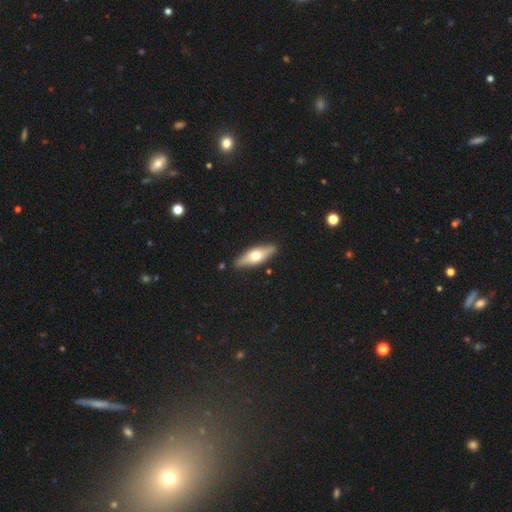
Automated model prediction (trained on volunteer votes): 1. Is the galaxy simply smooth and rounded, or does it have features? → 47% smooth (tied), 47% featured or disk (tied), 5% star or artifact.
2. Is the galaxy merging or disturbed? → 88% none, 9% minor disturbance, 2% major disturbance, 1% merger.